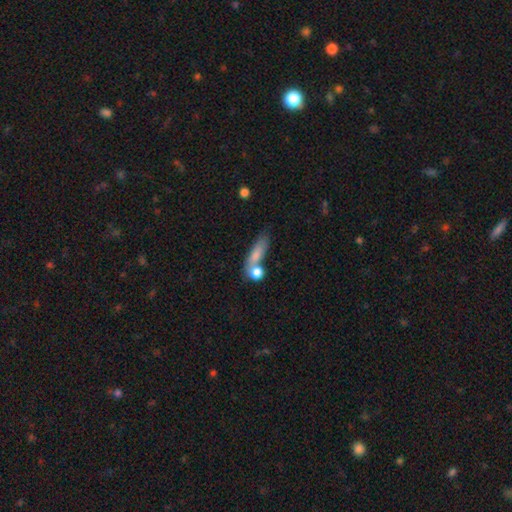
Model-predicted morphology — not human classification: The model was most divided on "how rounded": cigar-shaped: 49%, in between: 40%, round: 11%. Remaining: smooth or featured — smooth (75%); merging — none (45%).